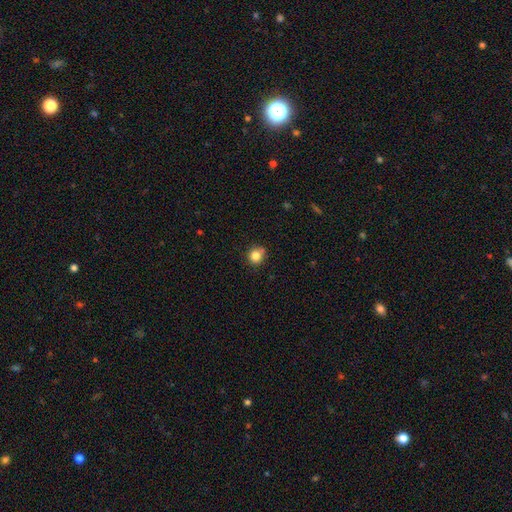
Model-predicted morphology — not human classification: Q: Smooth or featured?
A: smooth (82%); runner-up: star or artifact (11%)
Q: How rounded?
A: round (89%); runner-up: in between (10%)
Q: Merging?
A: none (74%); runner-up: minor disturbance (13%)